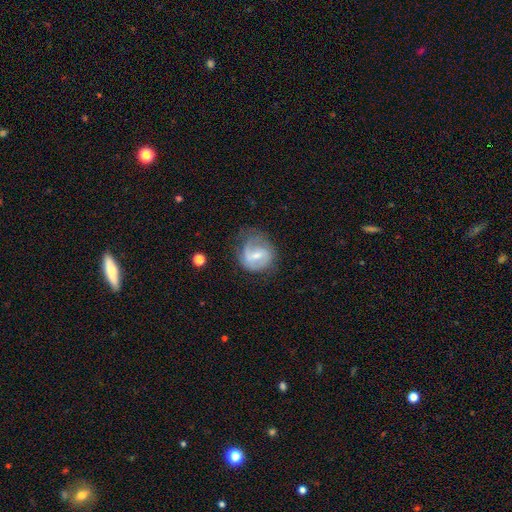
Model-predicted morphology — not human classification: A featured or disk galaxy (68%) with a weak bar (55%), 2 (62%) medium (44%) spiral arms (84%) and a small central bulge (50%). Merging: none (52%).